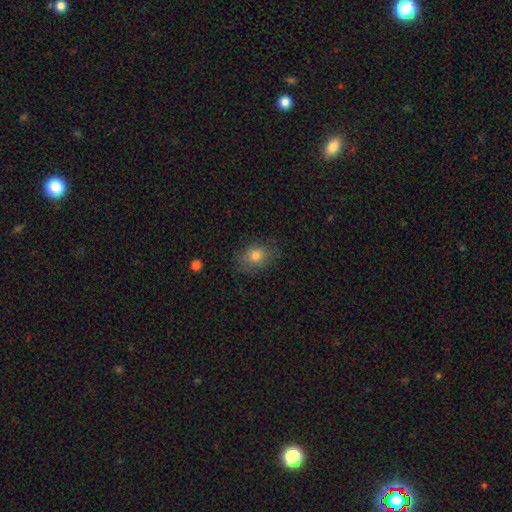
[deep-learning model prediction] Smooth or featured? Predicted: smooth (p=0.78). How rounded? Predicted: in between (p=0.68). Merging? Predicted: none (p=0.76).